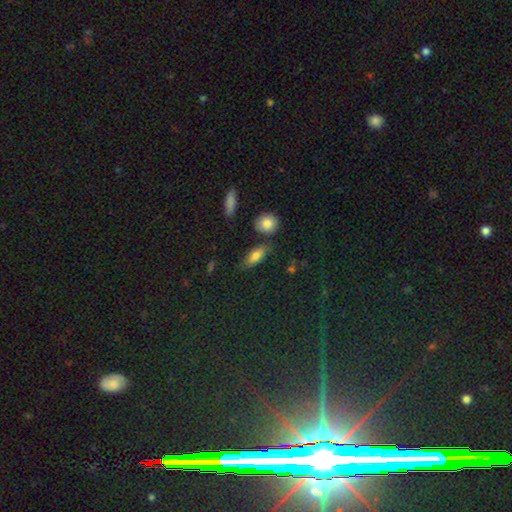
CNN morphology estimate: A smooth galaxy with no disk features (74%) that is in between round and cigar-shaped (78%).

Vote fractions:
- Smooth or featured? smooth: 74% / featured or disk: 14% / star or artifact: 12%
- How rounded? in between: 78% / cigar-shaped: 16% / round: 6%
- Merging? none: 70% / minor disturbance: 18% / merger: 6% / major disturbance: 5%